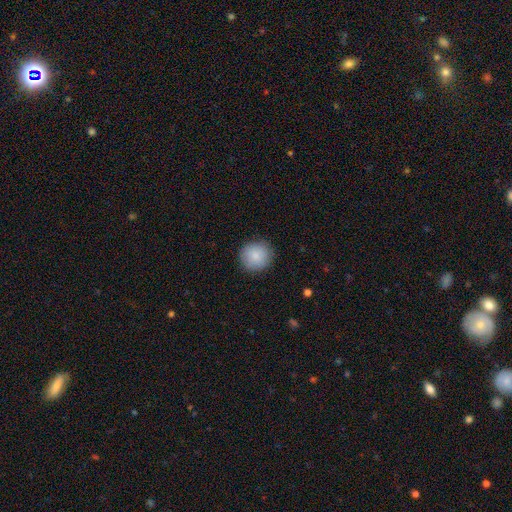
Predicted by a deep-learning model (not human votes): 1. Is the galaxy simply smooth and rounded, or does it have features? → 88% smooth, 7% star or artifact, 6% featured or disk.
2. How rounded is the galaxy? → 92% round, 7% in between, 1% cigar-shaped.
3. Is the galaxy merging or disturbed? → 88% none, 9% minor disturbance, 2% major disturbance, 1% merger.